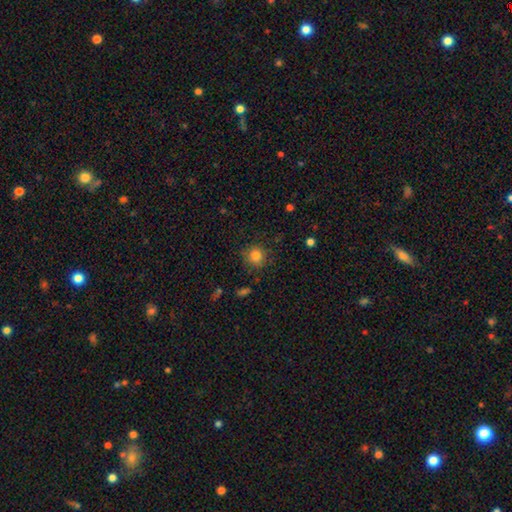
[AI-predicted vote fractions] Overall: smooth (83%). How rounded: round (91%). Merging: none (84%).